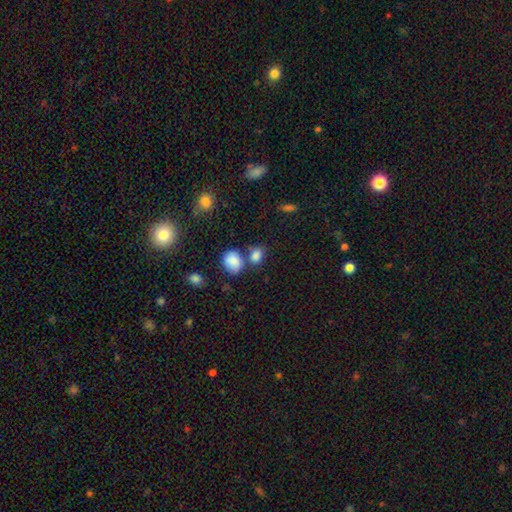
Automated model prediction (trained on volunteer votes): smooth 83%, star or artifact 11%, featured or disk 6%. Down the decision tree: how rounded — in between (56%); merging — none (50%).